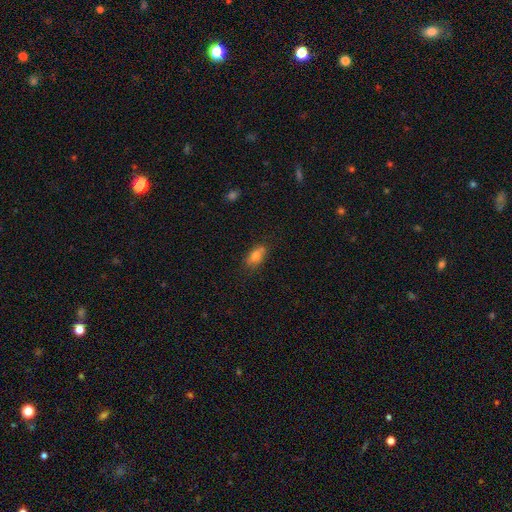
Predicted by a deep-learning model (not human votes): Smooth or featured: smooth — 77% (featured or disk — 13%)
How rounded: in between — 84% (round — 9%)
Merging: none — 60% (minor disturbance — 20%)